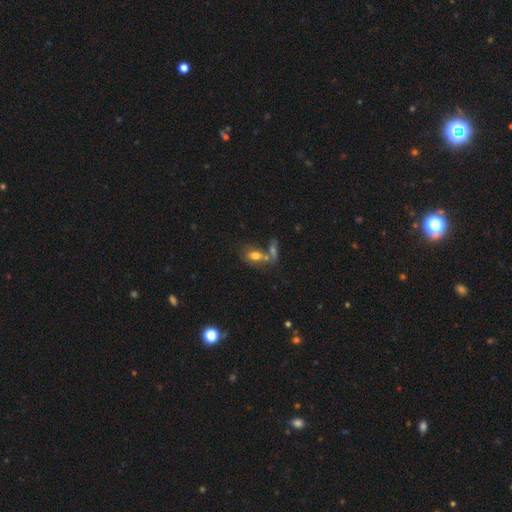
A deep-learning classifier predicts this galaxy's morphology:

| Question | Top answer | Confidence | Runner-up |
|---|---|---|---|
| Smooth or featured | smooth | 71% | featured or disk (18%) |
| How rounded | in between | 82% | round (13%) |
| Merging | merger | 40% | none (39%) |